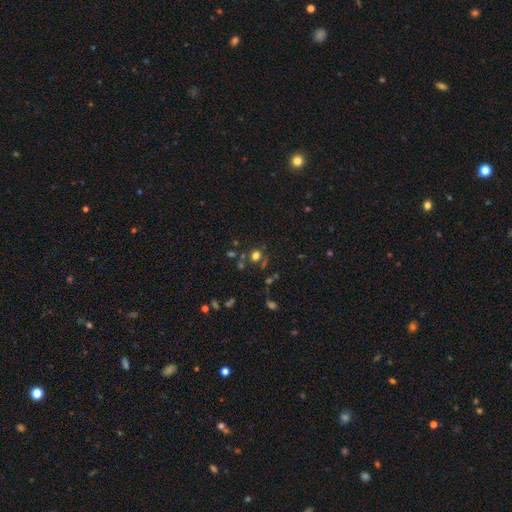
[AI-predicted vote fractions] The model was most divided on "smooth or featured": smooth: 63%, star or artifact: 27%, featured or disk: 10%. More confident: how rounded — round (75%); merging — none (69%).